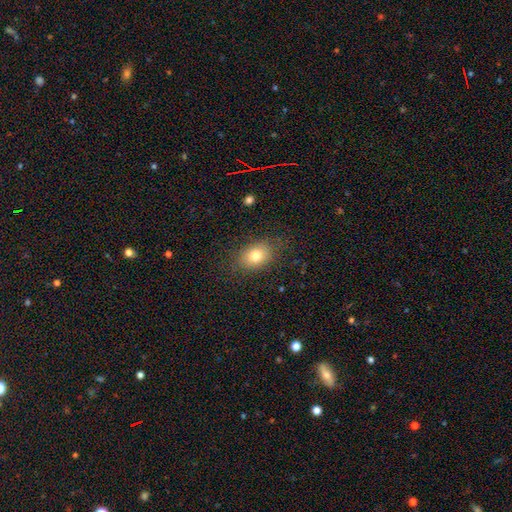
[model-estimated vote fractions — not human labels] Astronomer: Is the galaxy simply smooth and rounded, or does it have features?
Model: smooth — 79%.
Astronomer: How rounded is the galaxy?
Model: in between — 73%.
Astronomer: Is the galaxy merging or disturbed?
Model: none — 82%.